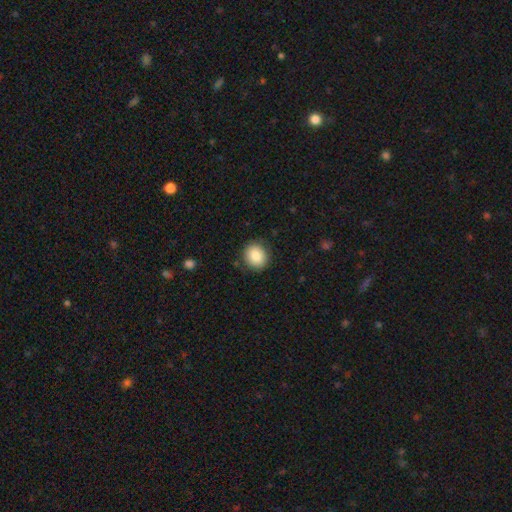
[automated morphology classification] Overall: smooth (85%). How rounded: round (80%). Merging: none (87%).